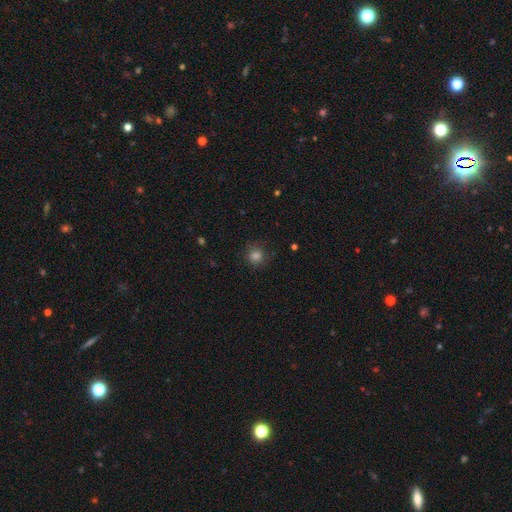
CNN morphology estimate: This is clearly a smooth galaxy (82%). How rounded: clearly round (90%). Merging: clearly none (83%).